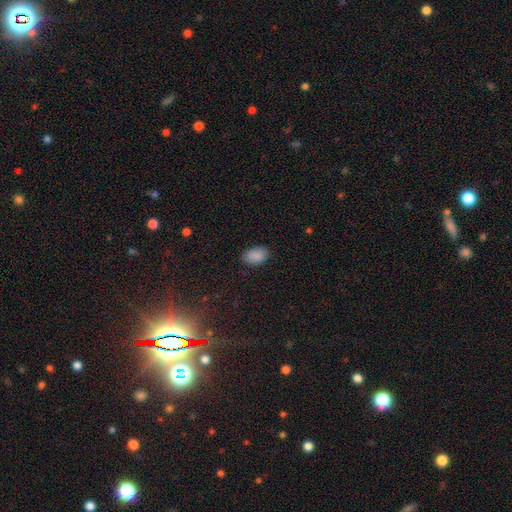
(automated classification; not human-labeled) Overall: smooth (87%). How rounded: in between (87%). Merging: none (84%).